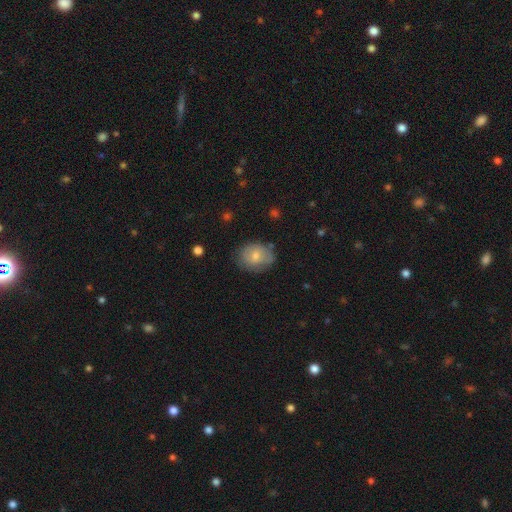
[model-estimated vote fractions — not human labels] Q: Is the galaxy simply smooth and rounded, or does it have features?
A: smooth — 71%.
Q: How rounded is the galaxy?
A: in between — 56%.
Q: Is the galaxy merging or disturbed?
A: none — 70%.